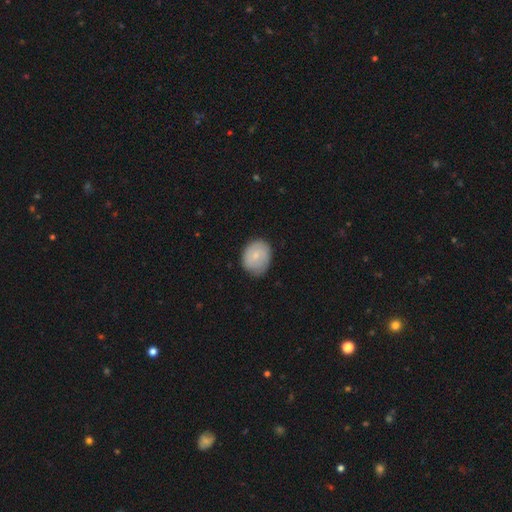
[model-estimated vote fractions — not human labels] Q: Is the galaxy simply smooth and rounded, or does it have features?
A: smooth — 60%.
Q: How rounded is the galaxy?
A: round — 58%.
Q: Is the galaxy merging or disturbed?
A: none — 75%.